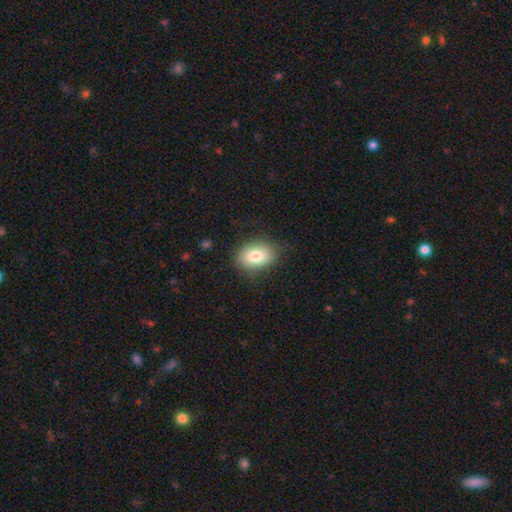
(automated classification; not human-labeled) This is likely a smooth galaxy (79%). How rounded: likely in between (73%). Merging: likely none (77%).